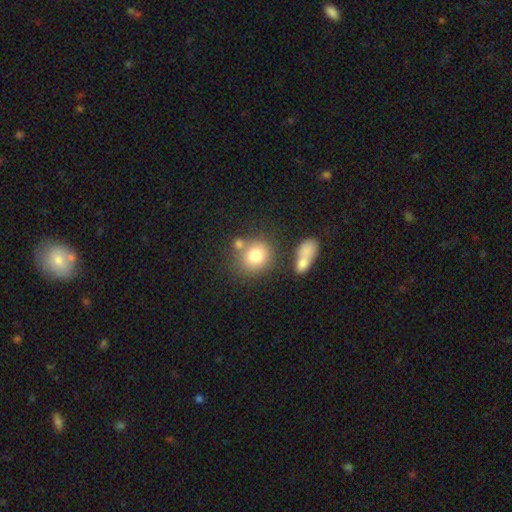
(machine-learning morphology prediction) type=smooth (79%); roundness=round (76%); merging=none (62%).